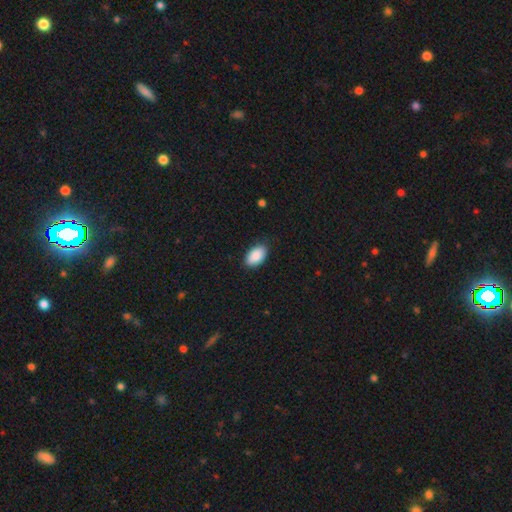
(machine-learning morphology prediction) type=smooth (90%); roundness=in between (94%); merging=none (85%).